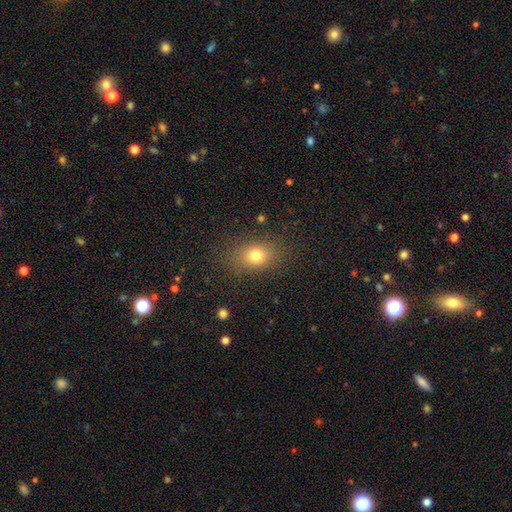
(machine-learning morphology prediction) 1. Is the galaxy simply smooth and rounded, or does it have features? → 77% smooth, 14% star or artifact, 10% featured or disk.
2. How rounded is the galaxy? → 64% in between, 34% round, 2% cigar-shaped.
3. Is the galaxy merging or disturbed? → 82% none, 11% minor disturbance, 5% major disturbance, 1% merger.